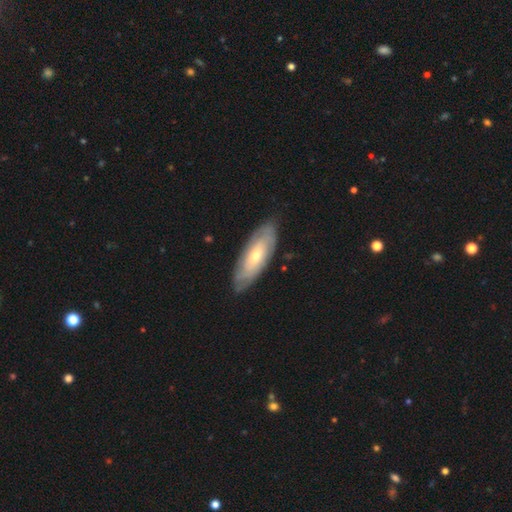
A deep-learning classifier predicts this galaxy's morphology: The model was most divided on "smooth or featured": featured or disk: 59%, smooth: 35%, star or artifact: 5%. More confident: merging — none (82%); edge-on disk — no (80%).